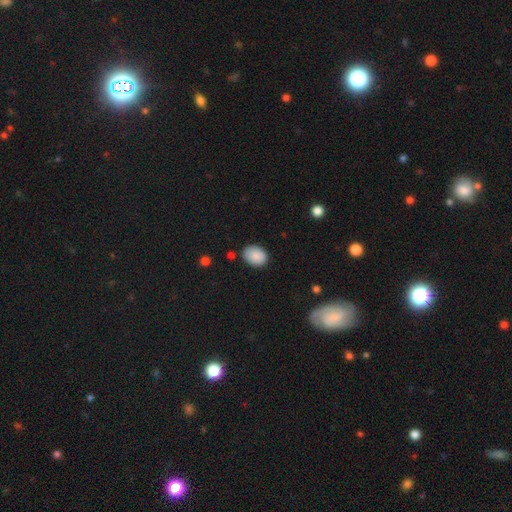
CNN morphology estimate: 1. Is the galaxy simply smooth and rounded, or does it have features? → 88% smooth, 7% star or artifact, 4% featured or disk.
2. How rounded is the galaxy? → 71% in between, 28% round, 1% cigar-shaped.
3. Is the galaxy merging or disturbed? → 83% none, 12% minor disturbance, 3% major disturbance, 2% merger.